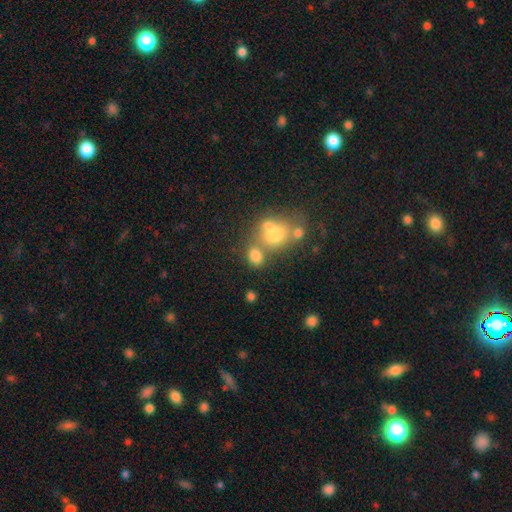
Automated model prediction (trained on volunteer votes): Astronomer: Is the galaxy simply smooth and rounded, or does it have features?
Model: smooth — 76%.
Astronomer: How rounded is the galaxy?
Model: in between — 55% (runner-up: round, 43%).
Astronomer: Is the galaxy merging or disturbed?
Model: none — 46% (runner-up: merger, 35%).